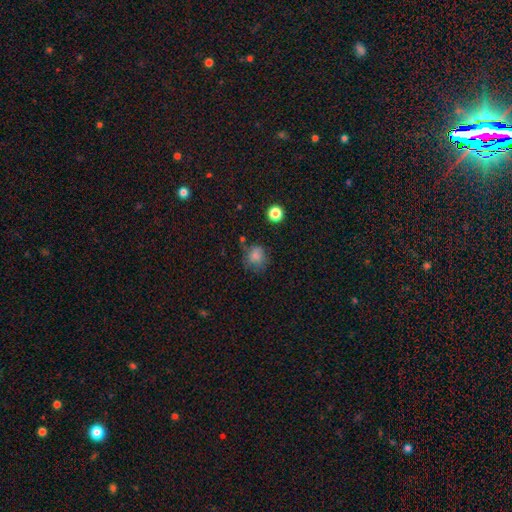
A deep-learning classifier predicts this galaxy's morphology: Smooth or featured? smooth (77%)
How rounded? round (78%)
Merging? none (62%)